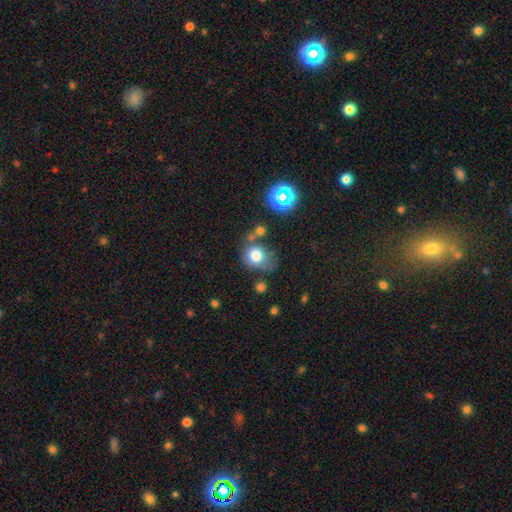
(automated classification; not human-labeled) This is likely a smooth galaxy (76%). How rounded: likely round (72%). Merging: possibly none (53%).